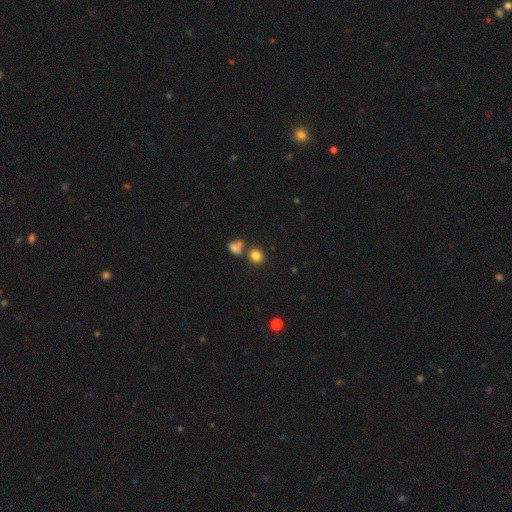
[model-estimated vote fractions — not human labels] Smooth or featured? Predicted: smooth (p=0.82). How rounded? Predicted: round (p=0.77). Merging? Predicted: none (p=0.66).